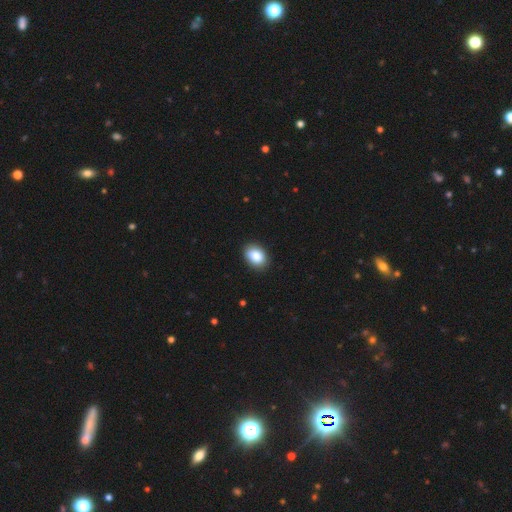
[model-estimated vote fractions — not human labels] This is clearly a smooth galaxy (85%). How rounded: likely in between (77%). Merging: clearly none (89%).